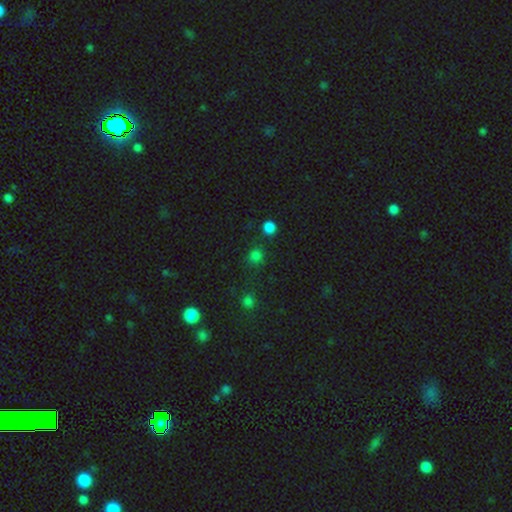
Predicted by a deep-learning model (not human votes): smooth 75%, star or artifact 21%, featured or disk 4%. Down the decision tree: how rounded — round (86%); merging — none (79%).